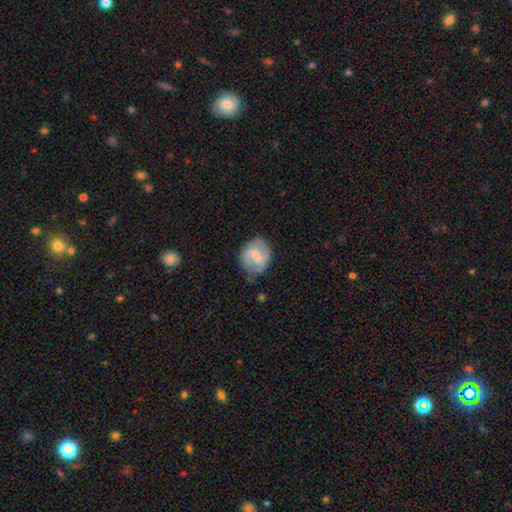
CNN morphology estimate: smooth-or-featured: featured or disk: 65% | smooth: 29% | star or artifact: 6%
  disk-edge-on: no: 98% | yes: 2%
    bar: weak: 54% | no: 23% | strong: 23%
    has-spiral-arms: yes: 87% | no: 13%
      spiral-winding: medium: 48% | loose: 28% | tight: 24%
      spiral-arm-count: 2: 82% | can't tell: 10% | 1: 3% | 3: 3% | 4: 1% | more than 4: 1%
    bulge-size: small: 61% | moderate: 25% | none: 11% | large: 2% | dominant: 1%
  merging: none: 70% | minor disturbance: 21% | major disturbance: 7% | merger: 2%